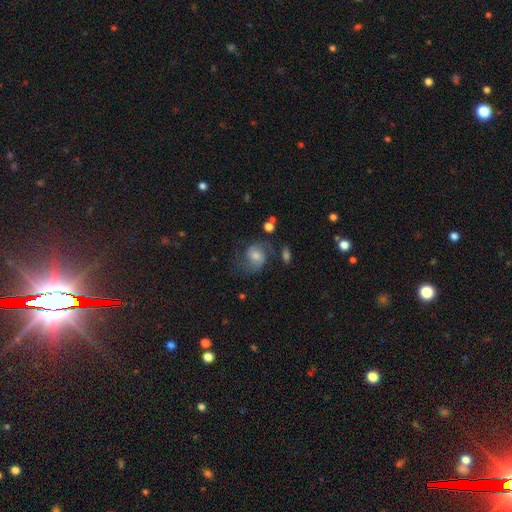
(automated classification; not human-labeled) Smooth or featured? featured or disk (71%)
Edge-on disk? no (98%)
Bar? no (61%)
Spiral arms? yes (92%)
Spiral winding? medium (50%)
Spiral arm count? 2 (83%)
Bulge size? moderate (47%)
Merging? none (61%)